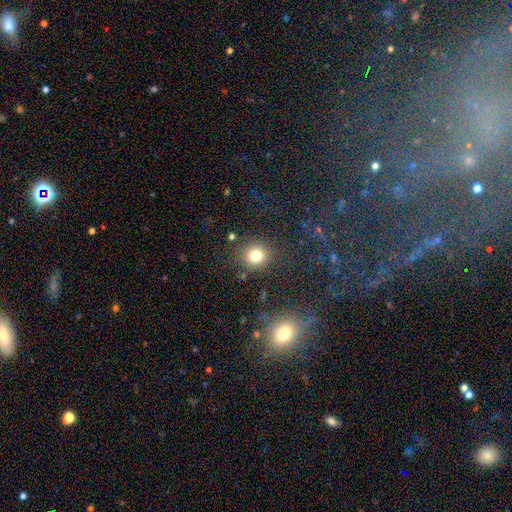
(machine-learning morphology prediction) smooth-or-featured: smooth: 79% | star or artifact: 13% | featured or disk: 7%
  how-rounded: round: 84% | in between: 15% | cigar-shaped: 1%
  merging: none: 84% | minor disturbance: 9% | major disturbance: 4% | merger: 3%